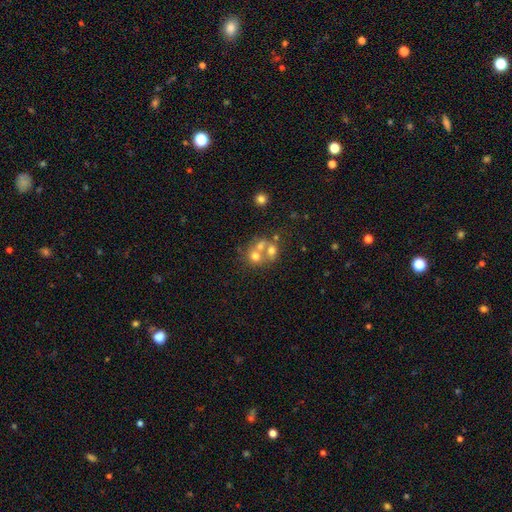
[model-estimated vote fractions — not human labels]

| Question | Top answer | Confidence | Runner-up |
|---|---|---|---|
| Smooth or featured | smooth | 56% | featured or disk (28%) |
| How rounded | round | 74% | in between (25%) |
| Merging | merger | 58% | none (30%) |